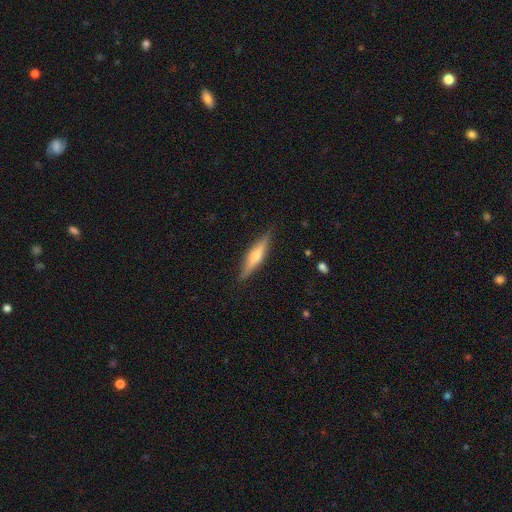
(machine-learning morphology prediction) Smooth or featured? Predicted: featured or disk (p=0.56). Edge-on disk? Predicted: yes (p=0.96). Edge-on bulge? Predicted: rounded (p=0.77). Merging? Predicted: none (p=0.88).